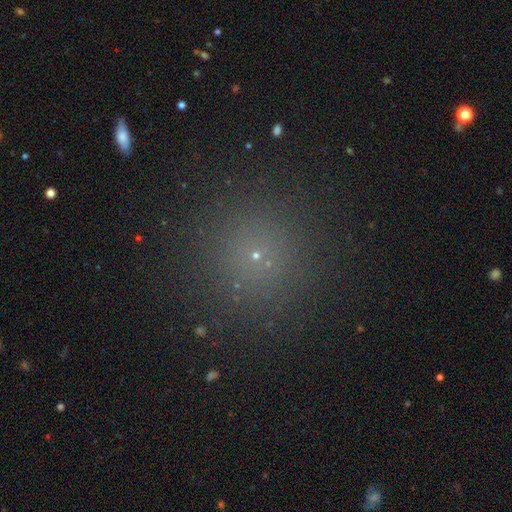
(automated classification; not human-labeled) Morphology: type=smooth (62%); roundness=round (96%); merging=none (91%).